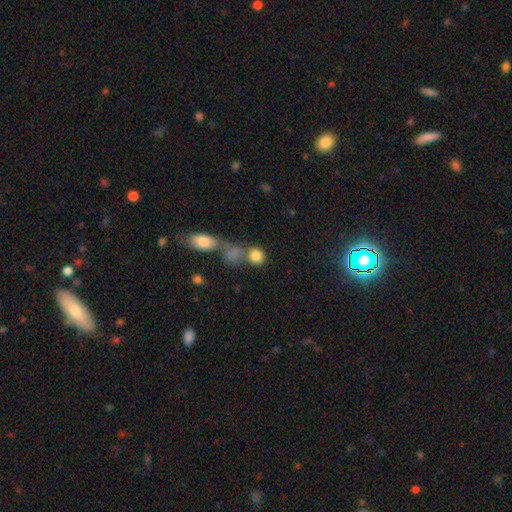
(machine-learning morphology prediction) A smooth galaxy with no disk features (83%) that is round (74%). Merging: none (44%).